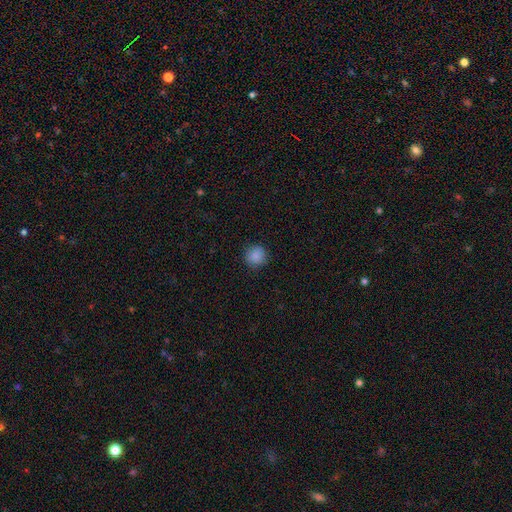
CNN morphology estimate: Overall: smooth (87%). How rounded: round (92%). Merging: none (89%).